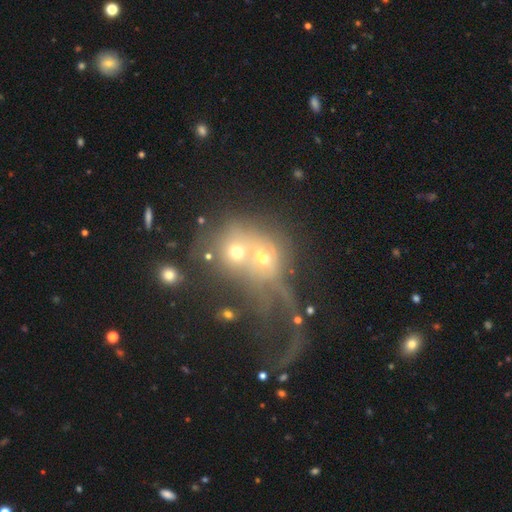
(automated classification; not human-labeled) smooth_or_featured: featured or disk (p=0.39) [alt: smooth p=0.38]
merging: merger (p=0.73) [alt: major disturbance p=0.15]